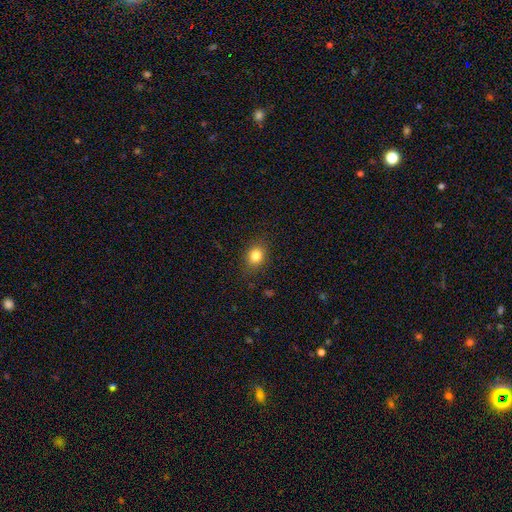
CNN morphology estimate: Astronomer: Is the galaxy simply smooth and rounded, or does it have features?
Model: smooth — 82%.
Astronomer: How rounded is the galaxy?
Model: round — 52% (runner-up: in between, 47%).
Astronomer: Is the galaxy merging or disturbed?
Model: none — 85%.